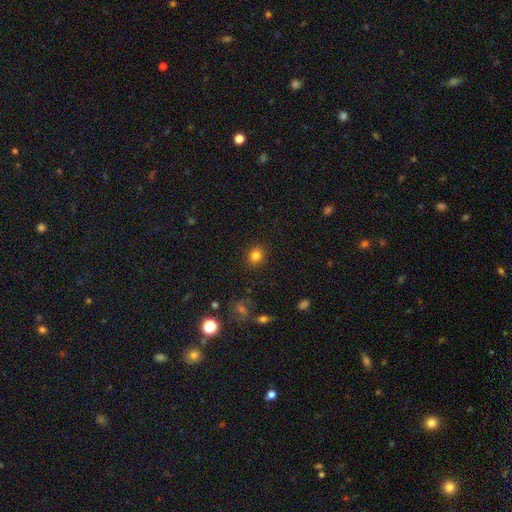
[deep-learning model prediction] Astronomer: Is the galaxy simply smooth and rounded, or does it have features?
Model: smooth — 82%.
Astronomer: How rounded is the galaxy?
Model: round — 79%.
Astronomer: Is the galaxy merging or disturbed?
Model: none — 89%.